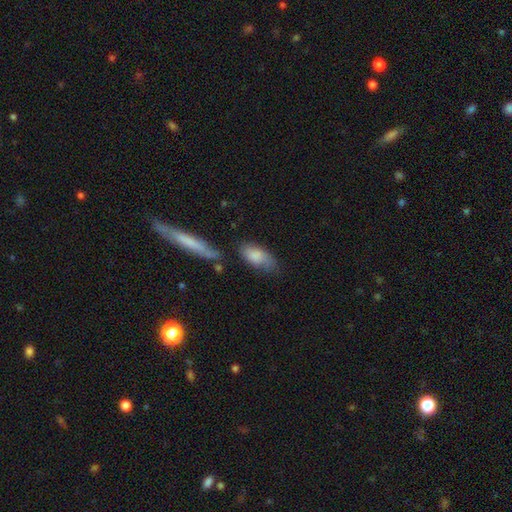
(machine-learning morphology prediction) Smooth or featured: smooth — 78% (featured or disk — 16%)
How rounded: in between — 88% (cigar-shaped — 9%)
Merging: none — 55% (minor disturbance — 26%)